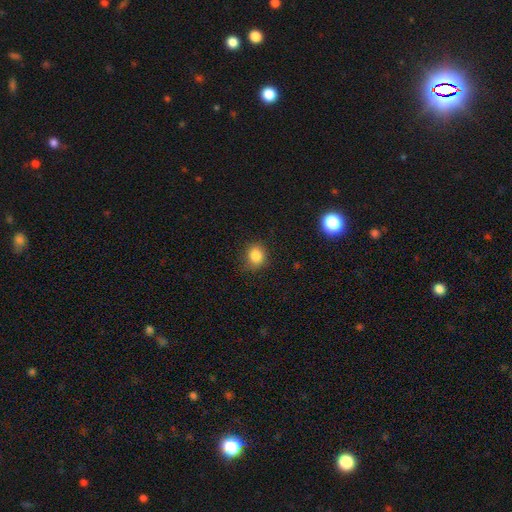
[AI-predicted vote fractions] Smooth or featured? smooth (84%)
How rounded? round (74%)
Merging? none (74%)